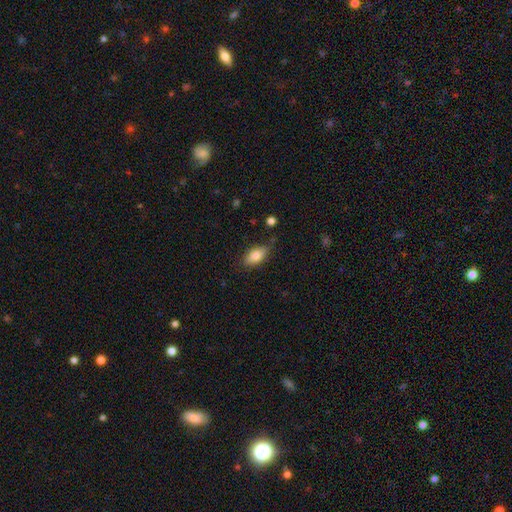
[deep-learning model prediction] Morphology: type=smooth (80%); roundness=in between (87%); merging=none (76%).